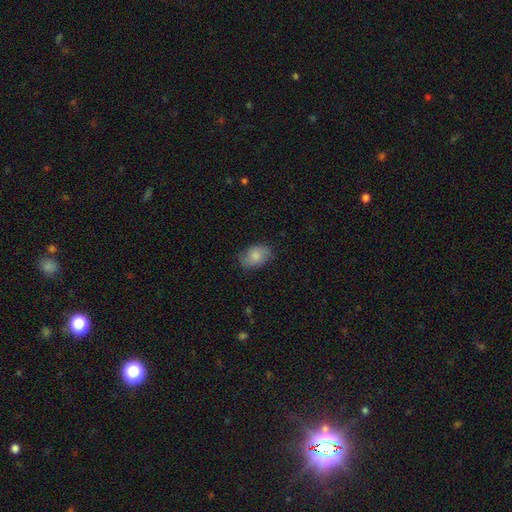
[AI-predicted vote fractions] smooth 81%, featured or disk 12%, star or artifact 7%. Down the decision tree: how rounded — in between (86%); merging — none (76%).